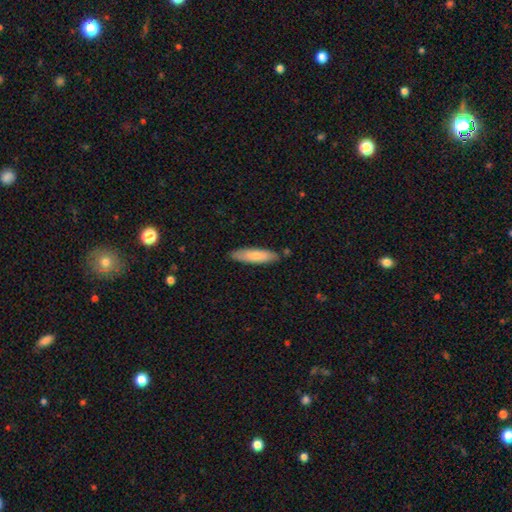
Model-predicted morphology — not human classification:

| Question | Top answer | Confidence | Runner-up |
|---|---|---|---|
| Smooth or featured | smooth | 78% | featured or disk (16%) |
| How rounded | cigar-shaped | 70% | in between (29%) |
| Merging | none | 84% | minor disturbance (12%) |